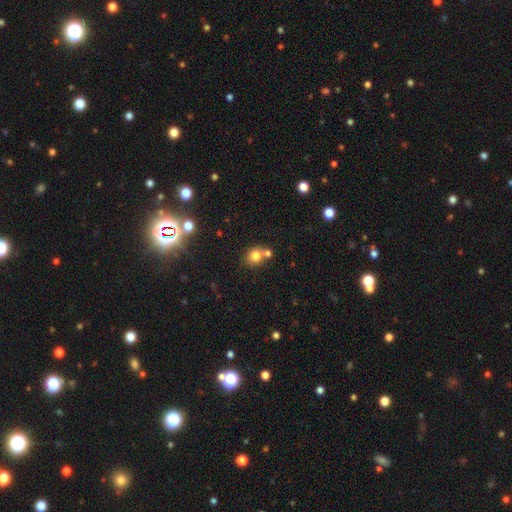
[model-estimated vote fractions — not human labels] smooth-or-featured: smooth: 78% | star or artifact: 12% | featured or disk: 10%
  how-rounded: round: 74% | in between: 25% | cigar-shaped: 1%
  merging: none: 52% | merger: 35% | minor disturbance: 10% | major disturbance: 3%